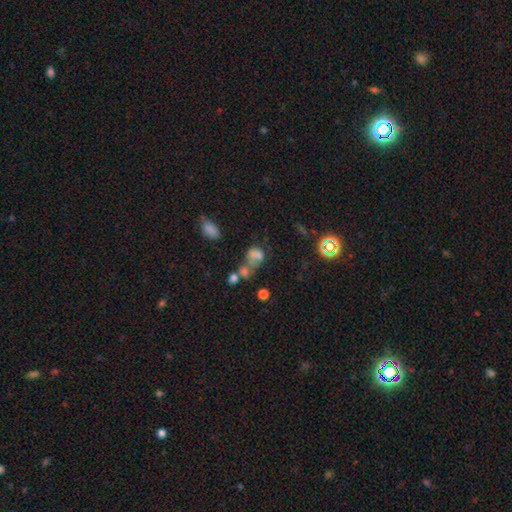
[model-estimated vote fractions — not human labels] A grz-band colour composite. It shows a smooth galaxy with no disk features (53%) that is in between round and cigar-shaped (55%). Merging: merger (51%).